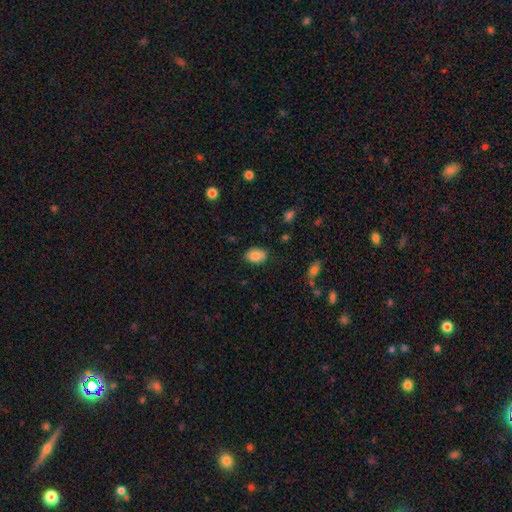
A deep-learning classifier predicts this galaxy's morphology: A smooth galaxy with no disk features (86%) that is in between round and cigar-shaped (86%). Merging: none (80%).